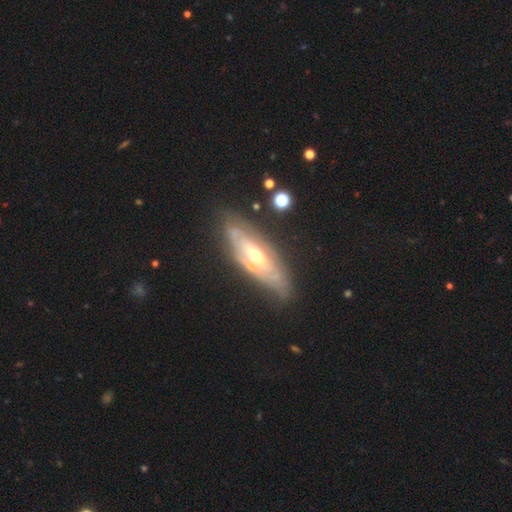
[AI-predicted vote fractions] smooth-or-featured: featured or disk: 78% | smooth: 17% | star or artifact: 6%
  disk-edge-on: no: 74% | yes: 26%
    bar: no: 65% | weak: 25% | strong: 10%
    has-spiral-arms: yes: 61% | no: 39%
    bulge-size: moderate: 64% | small: 29% | large: 5% | none: 1% | dominant: 1%
  merging: none: 70% | minor disturbance: 20% | major disturbance: 7% | merger: 4%